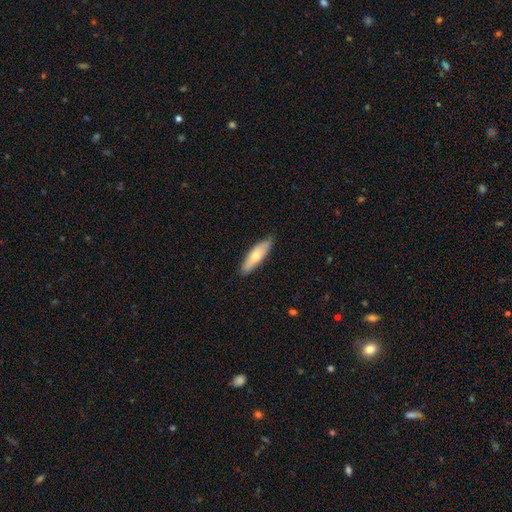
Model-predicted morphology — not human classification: type=smooth (59%); roundness=cigar-shaped (59%); merging=none (87%).